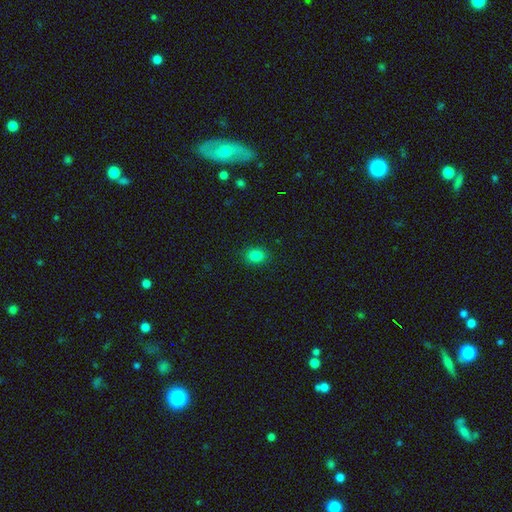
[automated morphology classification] A smooth galaxy with no disk features (83%) that is in between round and cigar-shaped (51%). Merging: none (89%).